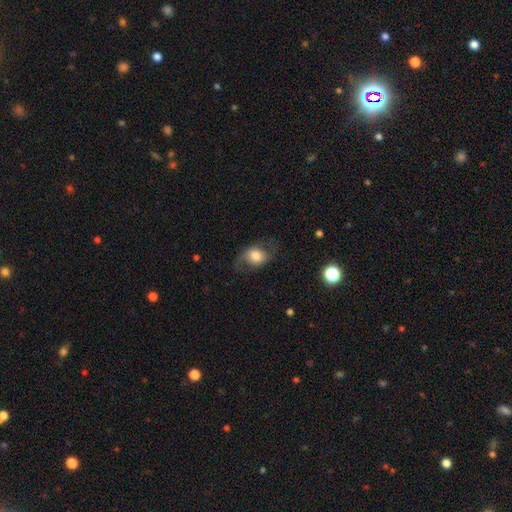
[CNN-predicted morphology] A smooth galaxy with no disk features (50%) that is in between round and cigar-shaped (54%). Merging: none (57%).